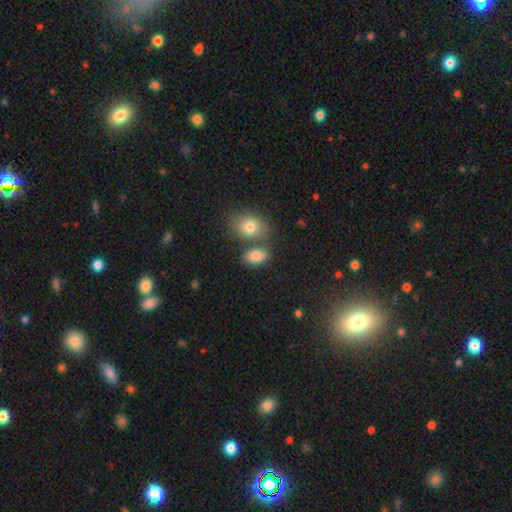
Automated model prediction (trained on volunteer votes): Smooth or featured? Predicted: smooth (p=0.81). How rounded? Predicted: in between (p=0.87). Merging? Predicted: none (p=0.60).